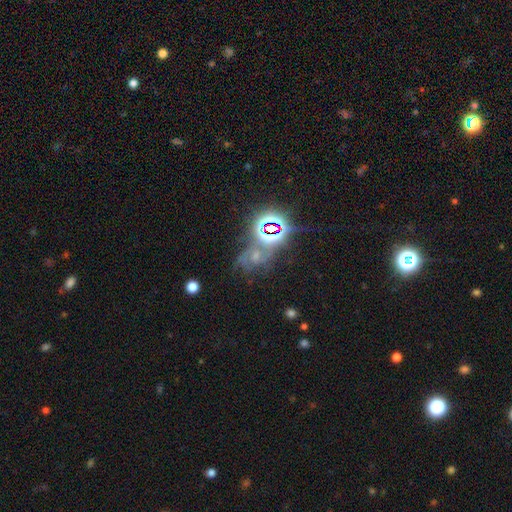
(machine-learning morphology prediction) A star or artifact, not a galaxy (51%).

Vote fractions:
- Smooth or featured? star or artifact: 51% / featured or disk: 28% / smooth: 21%